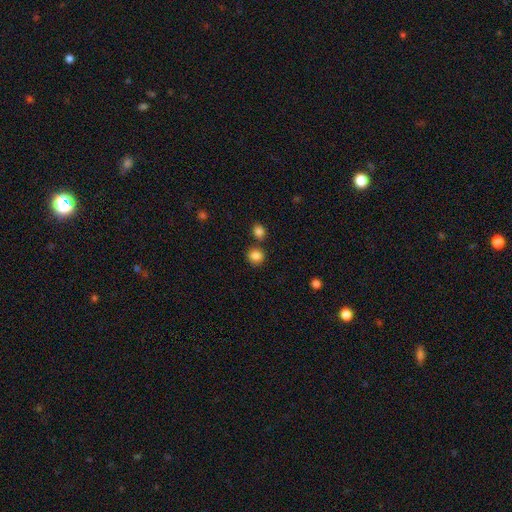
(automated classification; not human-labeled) A smooth galaxy with no disk features (85%) that is round (90%). Merging: none (79%).